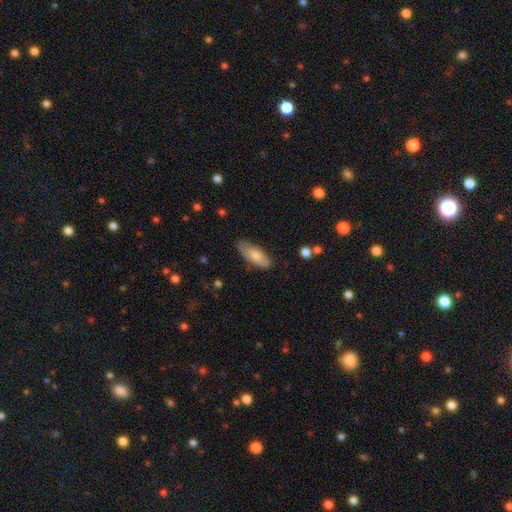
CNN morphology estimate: This appears to be a smooth galaxy with no disk features (76%) that is in between round and cigar-shaped (78%). Merging: none (73%).